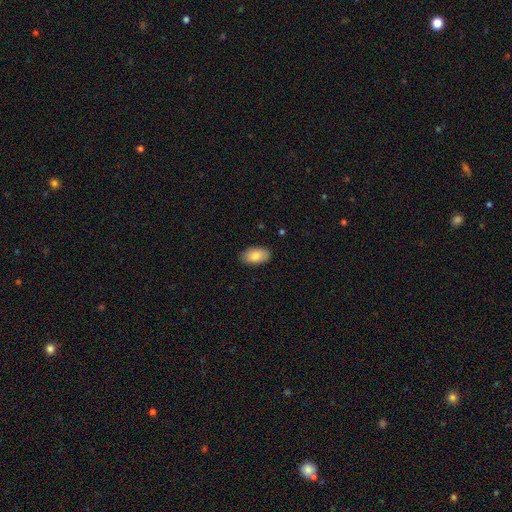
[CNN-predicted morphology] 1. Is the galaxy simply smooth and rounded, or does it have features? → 83% smooth, 10% featured or disk, 6% star or artifact.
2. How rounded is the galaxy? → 95% in between, 3% round, 2% cigar-shaped.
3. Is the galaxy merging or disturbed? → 87% none, 10% minor disturbance, 2% major disturbance, 1% merger.